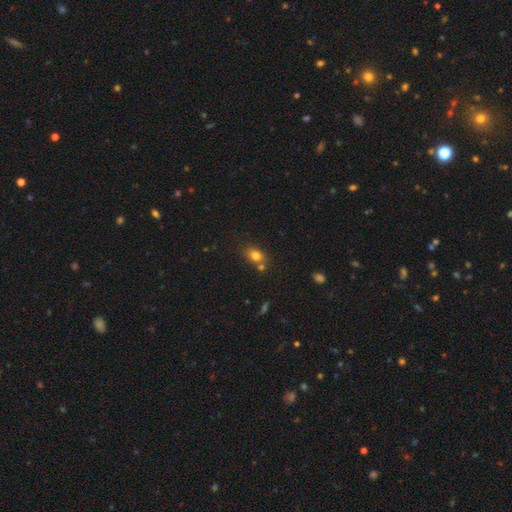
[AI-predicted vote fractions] Smooth or featured?
  - smooth: 77% *
  - star or artifact: 13%
  - featured or disk: 10%
How rounded?
  - in between: 55% *
  - round: 43%
  - cigar-shaped: 2%
Merging?
  - none: 58% *
  - merger: 24%
  - minor disturbance: 13%
  - major disturbance: 4%